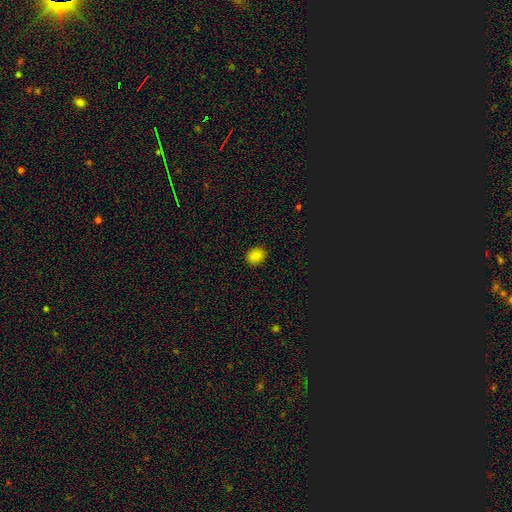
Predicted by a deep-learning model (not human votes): The model was most divided on "how rounded": round: 54%, in between: 46%, cigar-shaped: 1%. More confident: merging — none (91%); smooth or featured — smooth (84%).